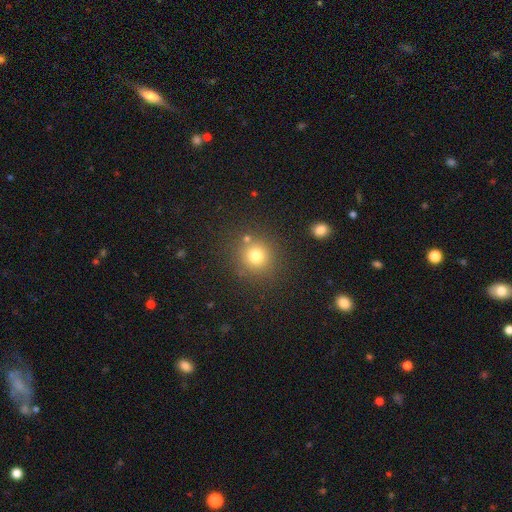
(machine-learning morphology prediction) This appears to be a smooth galaxy with no disk features (77%) that is round (91%). Merging: none (82%).